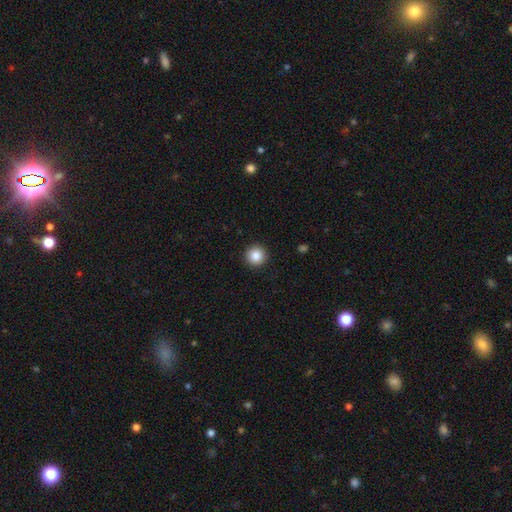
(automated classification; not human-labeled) This is clearly a smooth galaxy (86%). How rounded: clearly round (96%). Merging: clearly none (93%).